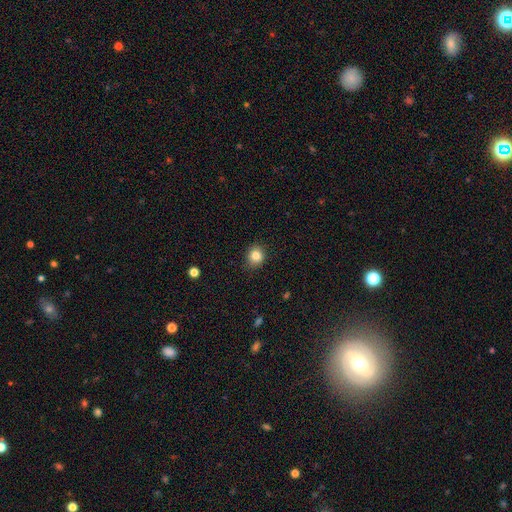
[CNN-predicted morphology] smooth 84%, star or artifact 11%, featured or disk 5%. Down the decision tree: how rounded — round (77%); merging — none (83%).